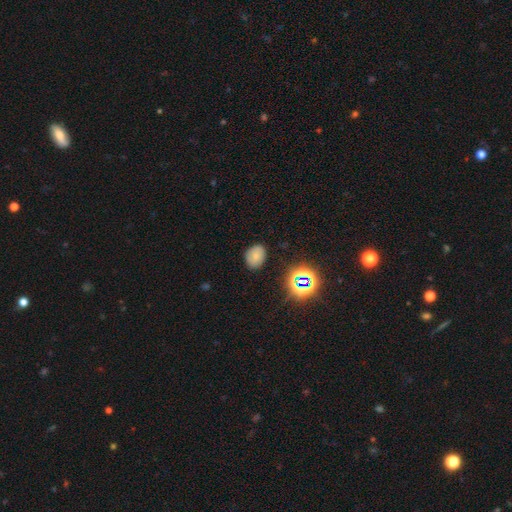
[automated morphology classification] Q: Smooth or featured?
A: smooth (71%); runner-up: star or artifact (18%)
Q: How rounded?
A: in between (68%); runner-up: round (31%)
Q: Merging?
A: none (83%); runner-up: minor disturbance (12%)